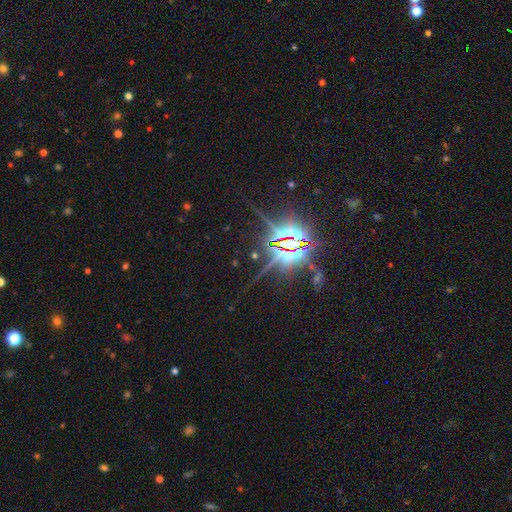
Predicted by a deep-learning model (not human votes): This is clearly a star or artifact rather than a galaxy (82%).